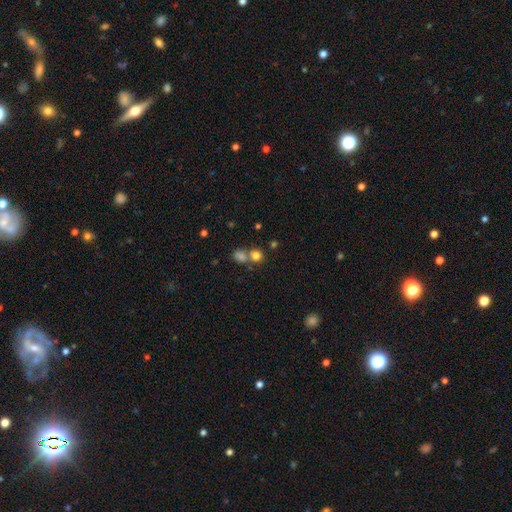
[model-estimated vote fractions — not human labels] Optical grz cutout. It shows a smooth galaxy with no disk features (77%) that is round (85%). Merging: none (51%).